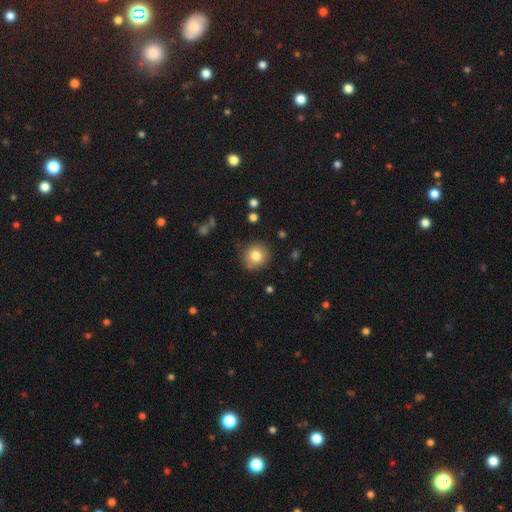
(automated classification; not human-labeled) smooth-or-featured: smooth: 80% | star or artifact: 10% | featured or disk: 9%
  how-rounded: round: 91% | in between: 8% | cigar-shaped: 1%
  merging: none: 85% | minor disturbance: 10% | major disturbance: 3% | merger: 2%